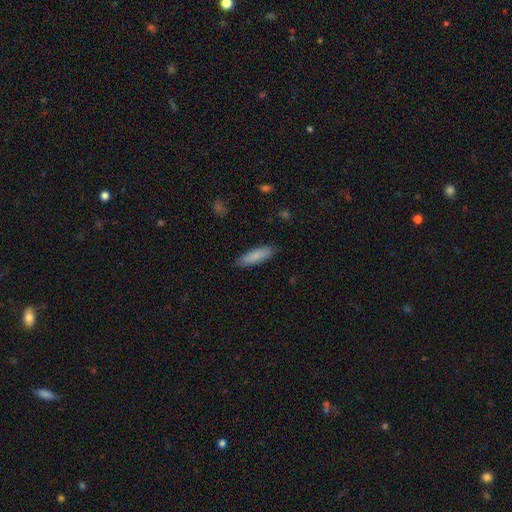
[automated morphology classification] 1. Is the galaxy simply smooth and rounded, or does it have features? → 85% smooth, 9% featured or disk, 6% star or artifact.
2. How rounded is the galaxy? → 55% cigar-shaped, 43% in between, 1% round.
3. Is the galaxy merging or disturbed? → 86% none, 11% minor disturbance, 2% major disturbance, 1% merger.